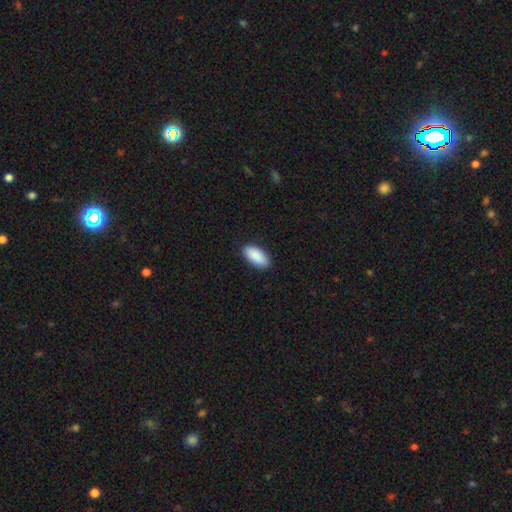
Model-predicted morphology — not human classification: This is clearly a smooth galaxy (91%). How rounded: clearly in between (92%). Merging: clearly none (89%).